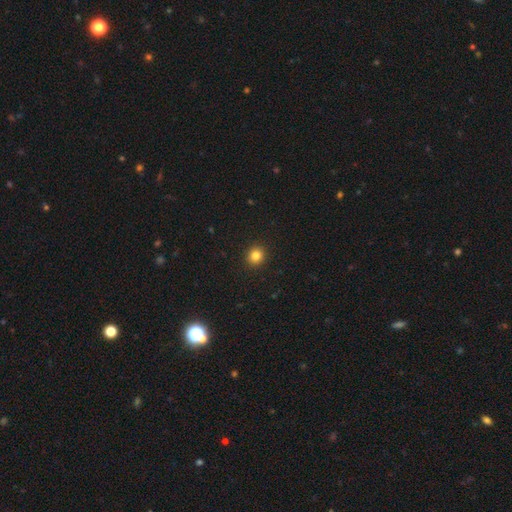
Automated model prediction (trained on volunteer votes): Overall: smooth (83%). How rounded: round (86%). Merging: none (93%).